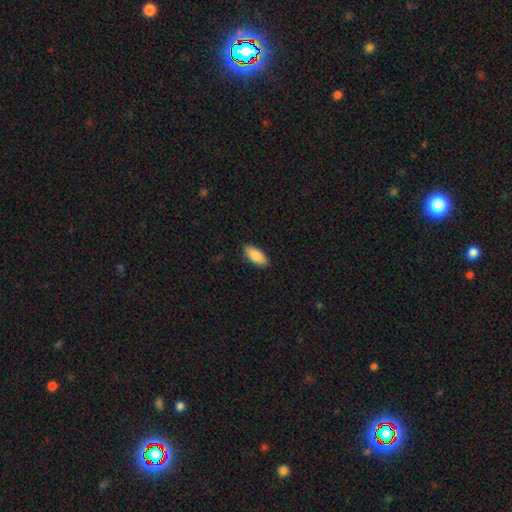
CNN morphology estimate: Smooth or featured: smooth — 87% (featured or disk — 7%)
How rounded: in between — 90% (cigar-shaped — 8%)
Merging: none — 88% (minor disturbance — 9%)